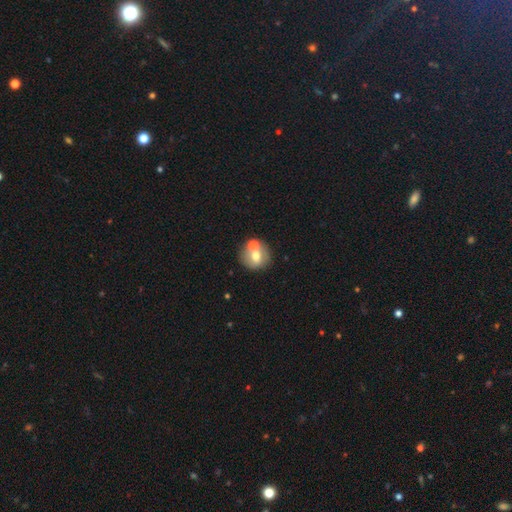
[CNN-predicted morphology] Smooth or featured? smooth (62%)
How rounded? round (86%)
Merging? none (59%)